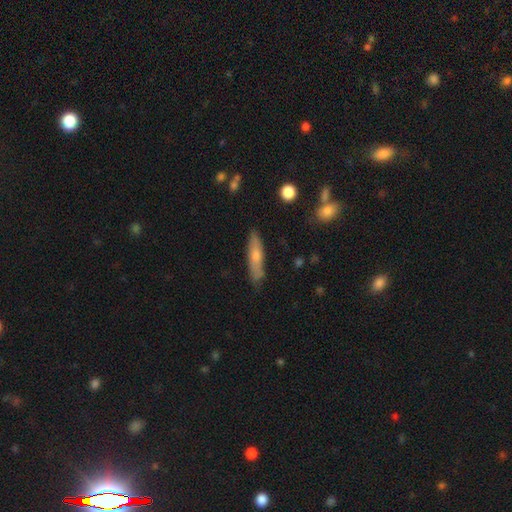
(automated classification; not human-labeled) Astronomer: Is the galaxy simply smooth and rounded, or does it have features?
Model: smooth — 58% (runner-up: featured or disk, 35%).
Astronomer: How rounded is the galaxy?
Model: cigar-shaped — 80%.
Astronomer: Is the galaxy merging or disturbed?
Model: none — 83%.